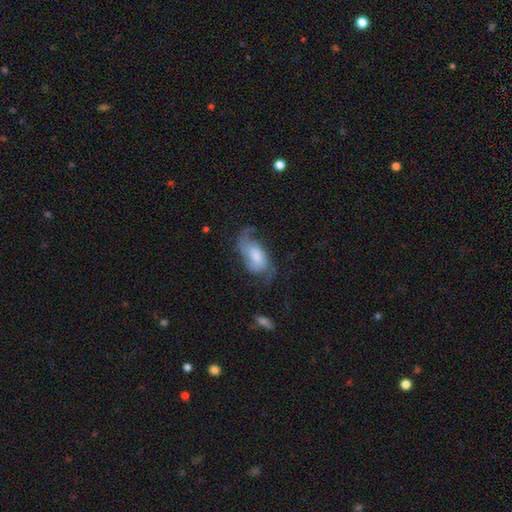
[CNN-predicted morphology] This appears to be a featured or disk galaxy (71%) with no bar (54%), 2 (64%) medium (43%) spiral arms (92%) and a moderate central bulge (36%). Merging: none (51%).